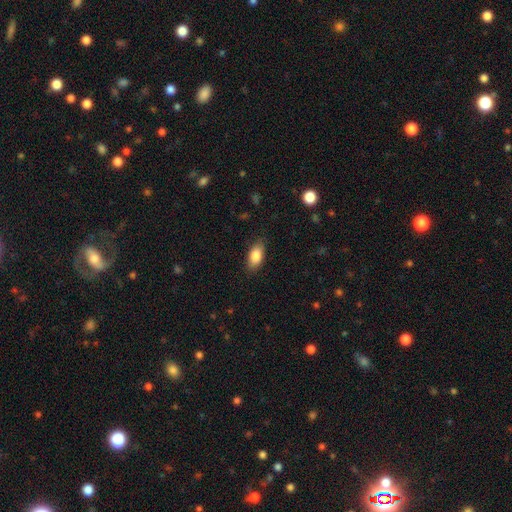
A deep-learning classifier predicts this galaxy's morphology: smooth_or_featured: smooth (p=0.85) [alt: featured or disk p=0.08]
how_rounded: in between (p=0.90) [alt: cigar-shaped p=0.06]
merging: none (p=0.83) [alt: minor disturbance p=0.13]